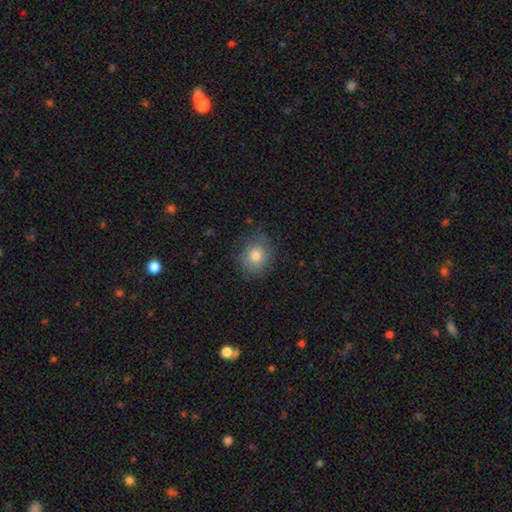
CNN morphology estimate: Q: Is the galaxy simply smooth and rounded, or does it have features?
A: smooth — 75%.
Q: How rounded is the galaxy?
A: round — 78%.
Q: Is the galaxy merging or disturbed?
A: none — 73%.